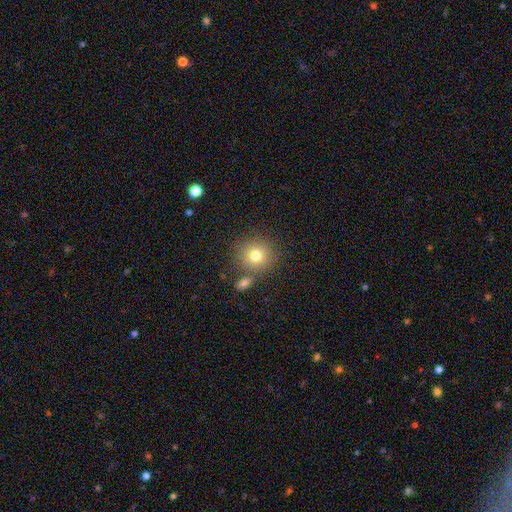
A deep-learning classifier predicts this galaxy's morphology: smooth-or-featured: smooth: 78% | star or artifact: 11% | featured or disk: 11%
  how-rounded: round: 88% | in between: 11% | cigar-shaped: 1%
  merging: none: 73% | merger: 14% | minor disturbance: 10% | major disturbance: 3%